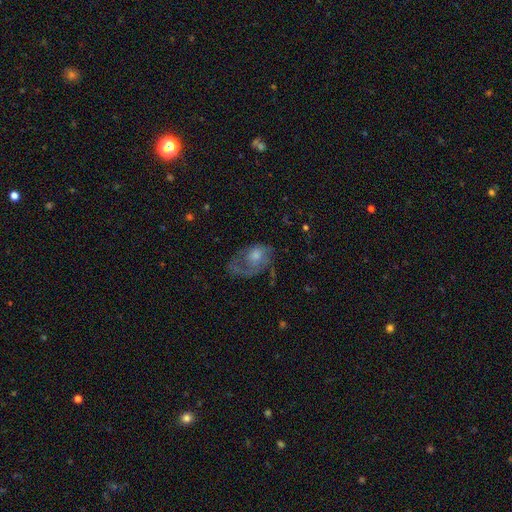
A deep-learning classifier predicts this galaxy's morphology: Smooth or featured? featured or disk (62%)
Edge-on disk? no (96%)
Bar? no (79%)
Spiral arms? yes (72%)
Bulge size? moderate (52%)
Merging? none (44%)